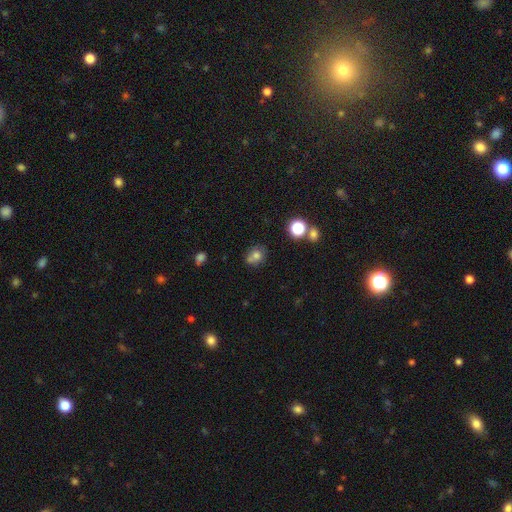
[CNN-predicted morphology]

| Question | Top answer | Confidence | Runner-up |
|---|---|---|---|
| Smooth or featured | smooth | 72% | star or artifact (15%) |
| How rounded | round | 70% | in between (30%) |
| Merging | none | 57% | merger (24%) |